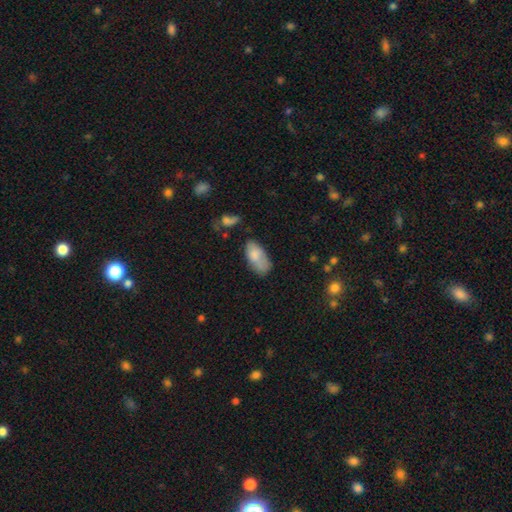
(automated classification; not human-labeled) smooth_or_featured: smooth (p=0.80) [alt: featured or disk p=0.13]
how_rounded: in between (p=0.92) [alt: cigar-shaped p=0.05]
merging: none (p=0.51) [alt: minor disturbance p=0.30]